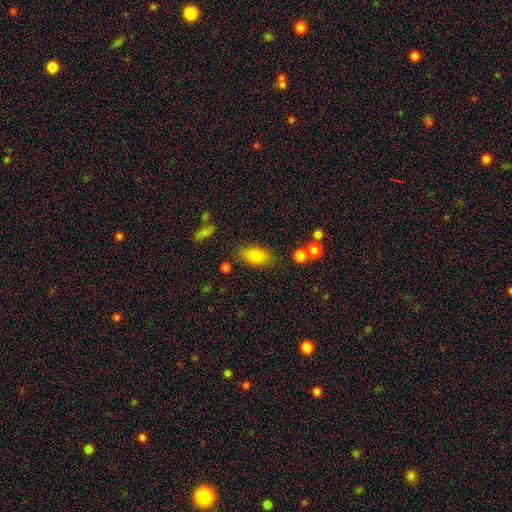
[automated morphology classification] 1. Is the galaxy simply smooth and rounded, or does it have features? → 82% smooth, 9% featured or disk, 8% star or artifact.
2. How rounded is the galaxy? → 88% in between, 6% round, 6% cigar-shaped.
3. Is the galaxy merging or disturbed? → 76% none, 14% minor disturbance, 6% merger, 4% major disturbance.